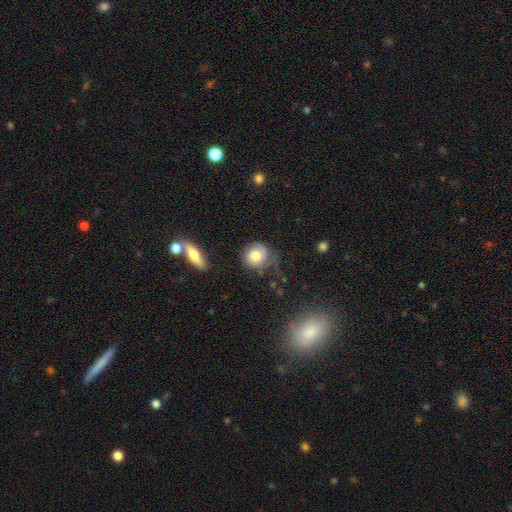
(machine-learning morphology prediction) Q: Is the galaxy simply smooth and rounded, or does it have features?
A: smooth — 74%.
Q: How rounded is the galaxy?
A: round — 79%.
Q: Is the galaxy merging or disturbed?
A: none — 55%.